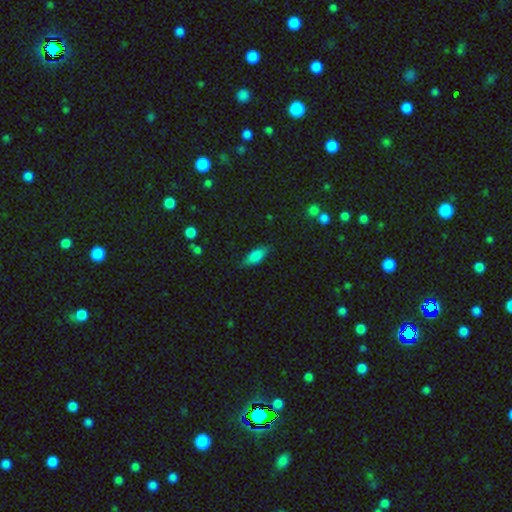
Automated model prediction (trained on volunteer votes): Q: Smooth or featured?
A: smooth (81%); runner-up: featured or disk (10%)
Q: How rounded?
A: in between (81%); runner-up: cigar-shaped (17%)
Q: Merging?
A: none (76%); runner-up: minor disturbance (18%)